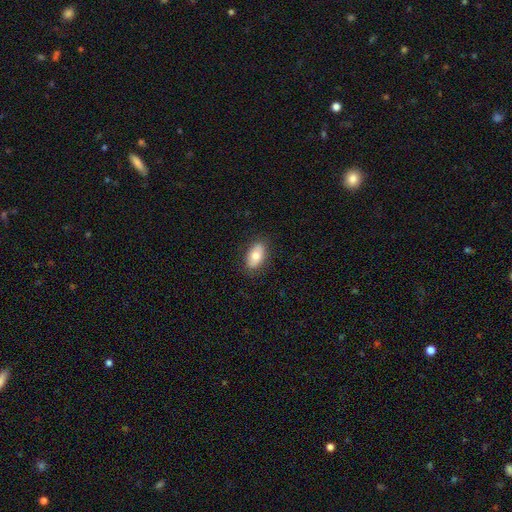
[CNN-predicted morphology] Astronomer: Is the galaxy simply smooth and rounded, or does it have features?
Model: smooth — 74%.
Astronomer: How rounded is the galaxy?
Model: in between — 91%.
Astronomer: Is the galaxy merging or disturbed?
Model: none — 86%.